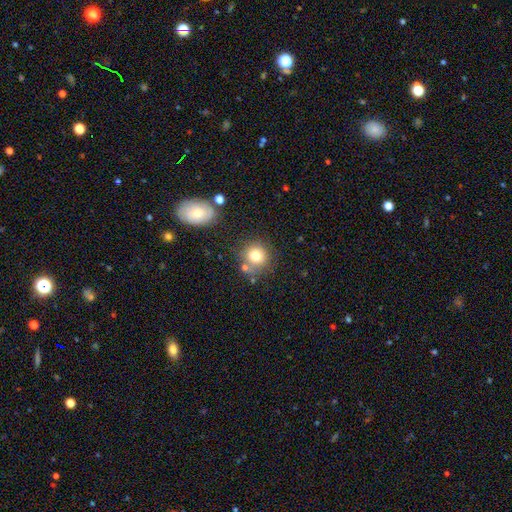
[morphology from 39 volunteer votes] A smooth galaxy with no disk features (77%) that is round (87%).

Vote fractions:
- Smooth or featured? smooth: 77% / star or artifact: 13% / featured or disk: 10%
- How rounded? round: 87% / in between: 13% / cigar-shaped: 0%
- Merging? none: 76% / minor disturbance: 12% / merger: 9% / major disturbance: 3%